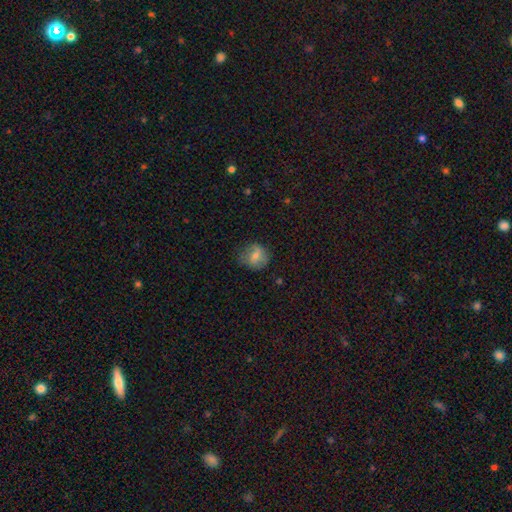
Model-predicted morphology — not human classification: Overall: smooth (59%; featured or disk 30%). How rounded: round (77%). Merging: none (73%).